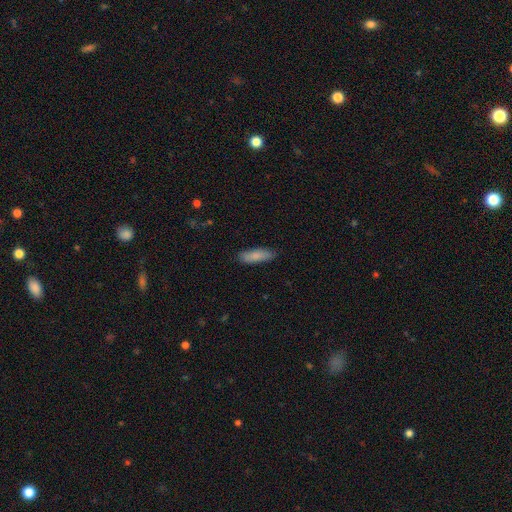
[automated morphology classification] Smooth or featured? smooth (85%)
How rounded? cigar-shaped (49%, tied with in between)
Merging? none (84%)